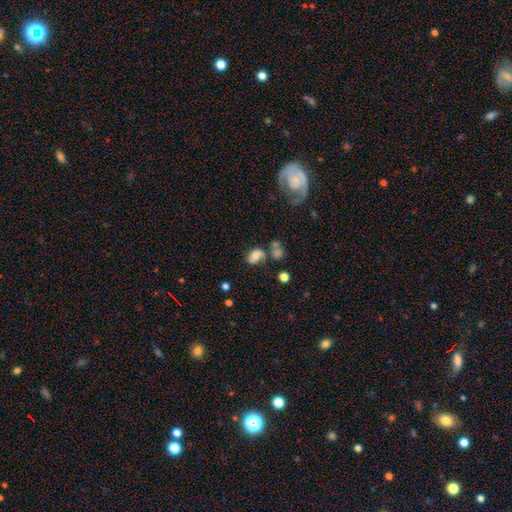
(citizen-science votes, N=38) This appears to be a featured or disk galaxy (61%) with no bar (55%), 2 (35%, tied with can't tell) loose (47%) spiral arms (77%) and a moderate central bulge (64%). Merging: none (51%).